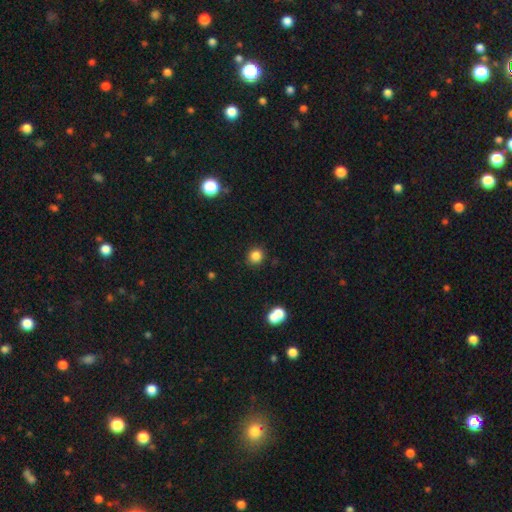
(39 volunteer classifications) Volunteers were most divided on "merging": none: 86%, minor disturbance: 11%, major disturbance: 3%, merger: 0%. More confident: how rounded — round (91%); smooth or featured — smooth (87%).